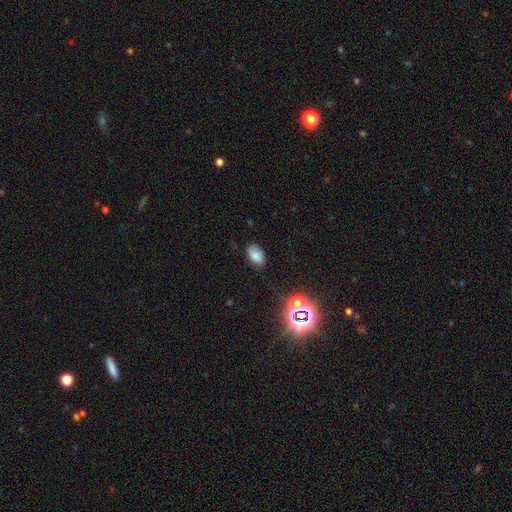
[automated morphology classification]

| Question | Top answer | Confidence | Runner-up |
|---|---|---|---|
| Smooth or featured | smooth | 78% | star or artifact (13%) |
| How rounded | in between | 89% | round (10%) |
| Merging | none | 80% | minor disturbance (15%) |